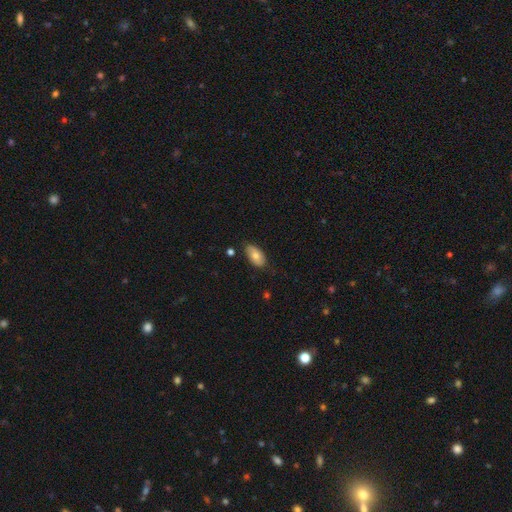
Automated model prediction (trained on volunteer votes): This is likely a smooth galaxy (74%). How rounded: clearly in between (94%). Merging: likely none (78%).